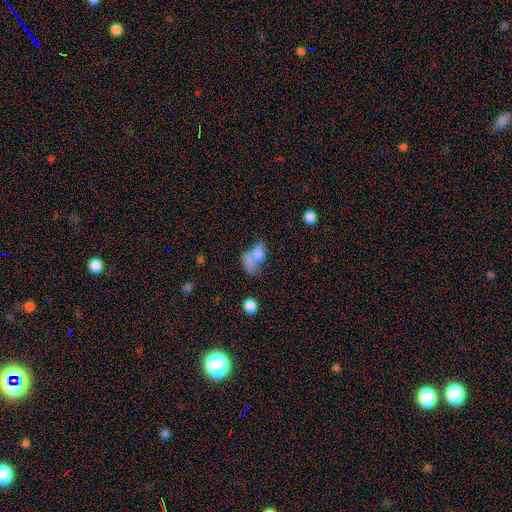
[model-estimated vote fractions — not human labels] This is likely a smooth galaxy (66%). How rounded: likely in between (80%). Merging: possibly merger (54%).